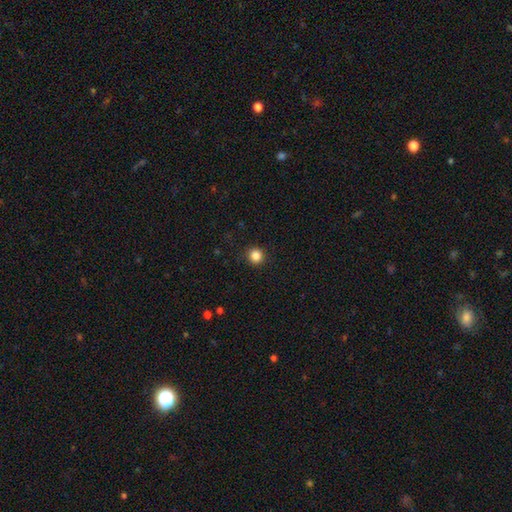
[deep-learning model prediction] Morphology: type=smooth (85%); roundness=round (93%); merging=none (92%).